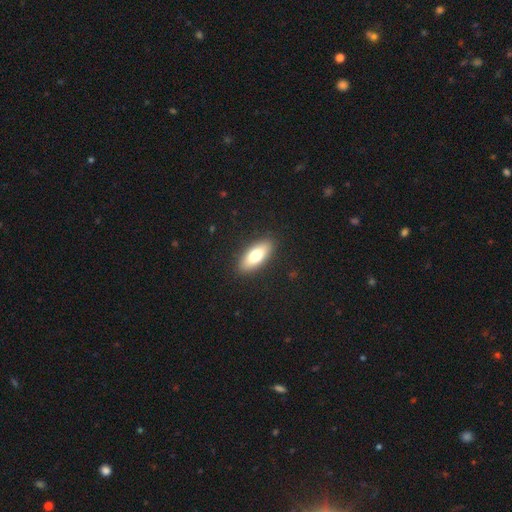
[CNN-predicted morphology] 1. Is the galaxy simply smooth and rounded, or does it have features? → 74% smooth, 19% featured or disk, 6% star or artifact.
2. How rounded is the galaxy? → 78% in between, 20% cigar-shaped, 2% round.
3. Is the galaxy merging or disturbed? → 89% none, 8% minor disturbance, 2% major disturbance, 1% merger.